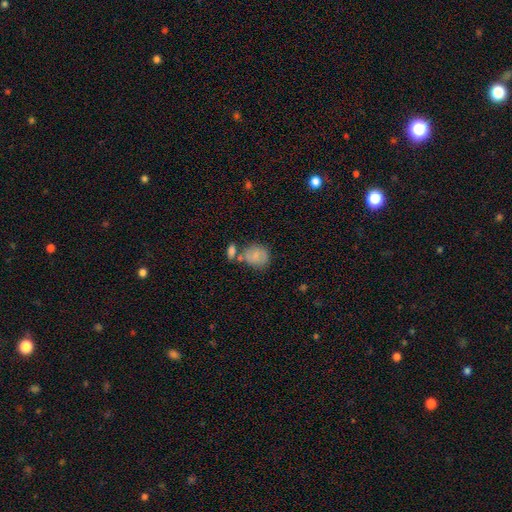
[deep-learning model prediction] This is likely a smooth galaxy (73%). How rounded: possibly round (57%). Merging: possibly none (49%).